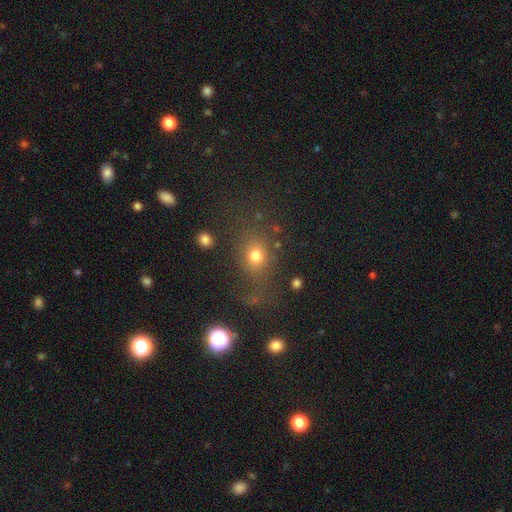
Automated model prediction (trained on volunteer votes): Smooth or featured?
  - smooth: 71% *
  - star or artifact: 18%
  - featured or disk: 11%
How rounded?
  - round: 53% *
  - in between: 44%
  - cigar-shaped: 3%
Merging?
  - none: 64% *
  - minor disturbance: 16%
  - major disturbance: 13%
  - merger: 7%